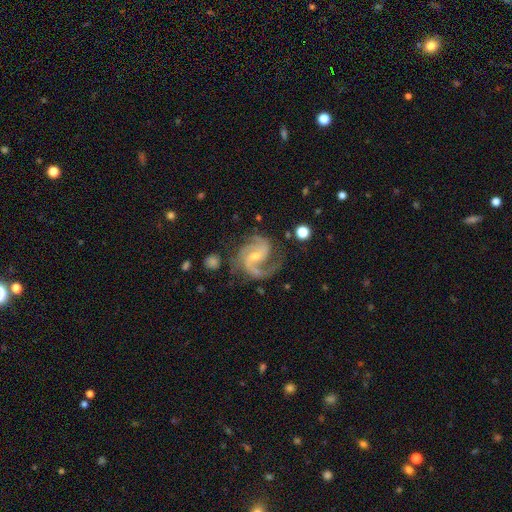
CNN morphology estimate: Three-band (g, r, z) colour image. It shows a featured or disk galaxy (92%) with a weak bar (48%), 2 (77%) medium (60%) spiral arms (98%) and a small central bulge (61%). Merging: none (67%).